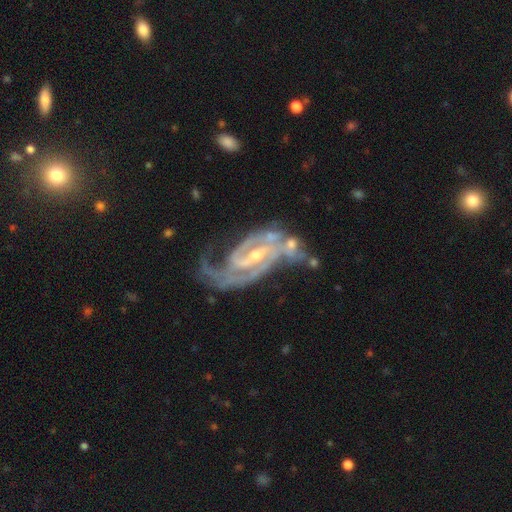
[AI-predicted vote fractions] Smooth or featured?
  - featured or disk: 93% *
  - star or artifact: 4%
  - smooth: 3%
Edge-on disk?
  - no: 97% *
  - yes: 3%
Bar?
  - weak: 44% *
  - strong: 40%
  - no: 16%
Spiral arms?
  - yes: 98% *
  - no: 2%
Spiral winding?
  - medium: 48% *
  - tight: 38%
  - loose: 14%
Spiral arm count?
  - 2: 68% *
  - 3: 13%
  - can't tell: 8%
  - 1: 4%
  - 4: 4%
  - more than 4: 3%
Bulge size?
  - small: 56% *
  - moderate: 40%
  - none: 2%
  - large: 1%
  - dominant: 1%
Merging?
  - none: 40% *
  - minor disturbance: 24%
  - major disturbance: 23%
  - merger: 13%